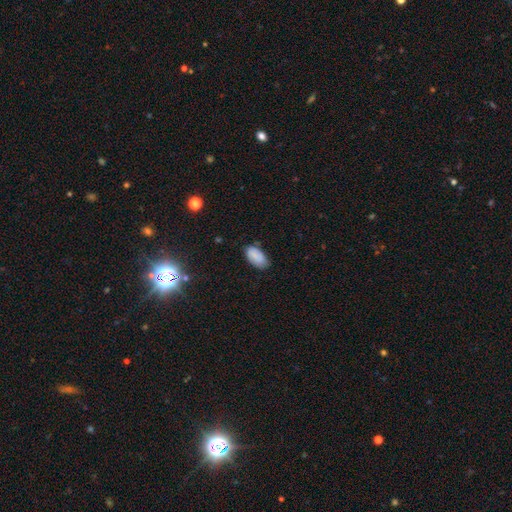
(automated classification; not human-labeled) smooth_or_featured: smooth (p=0.81) [alt: featured or disk p=0.10]
how_rounded: in between (p=0.95) [alt: round p=0.03]
merging: none (p=0.70) [alt: minor disturbance p=0.23]